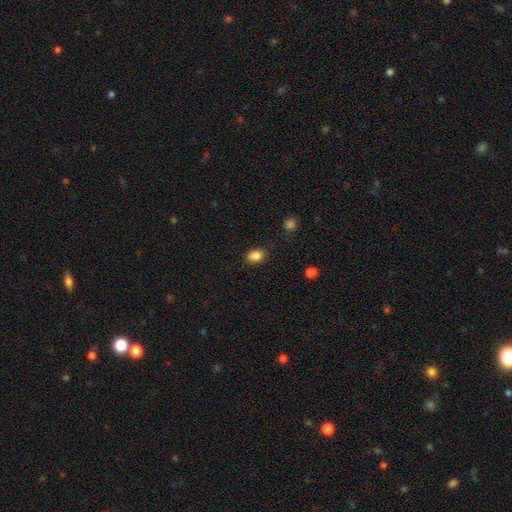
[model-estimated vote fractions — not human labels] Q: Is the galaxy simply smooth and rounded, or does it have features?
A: smooth — 86%.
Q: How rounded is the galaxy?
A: in between — 78%.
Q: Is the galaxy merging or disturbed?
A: none — 79%.